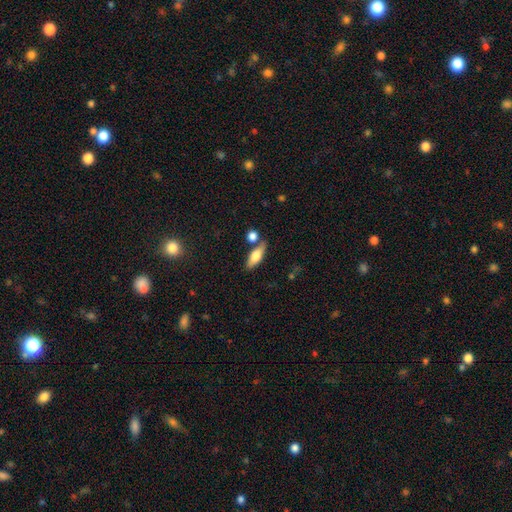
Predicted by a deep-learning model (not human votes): smooth-or-featured: smooth: 66% | featured or disk: 27% | star or artifact: 7%
  how-rounded: in between: 63% | cigar-shaped: 34% | round: 4%
  merging: none: 70% | merger: 13% | minor disturbance: 13% | major disturbance: 4%